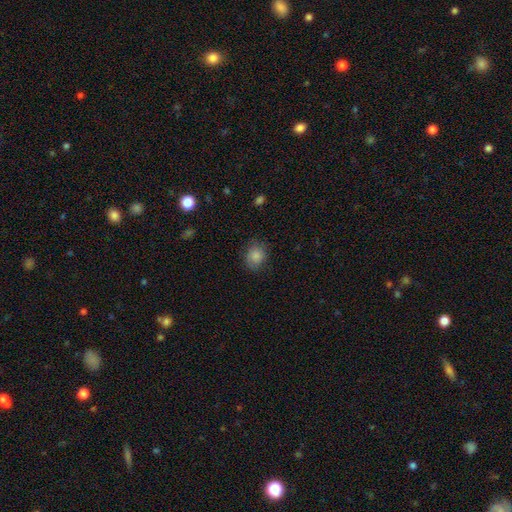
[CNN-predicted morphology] Smooth or featured? Predicted: smooth (p=0.86). How rounded? Predicted: round (p=0.64). Merging? Predicted: none (p=0.78).